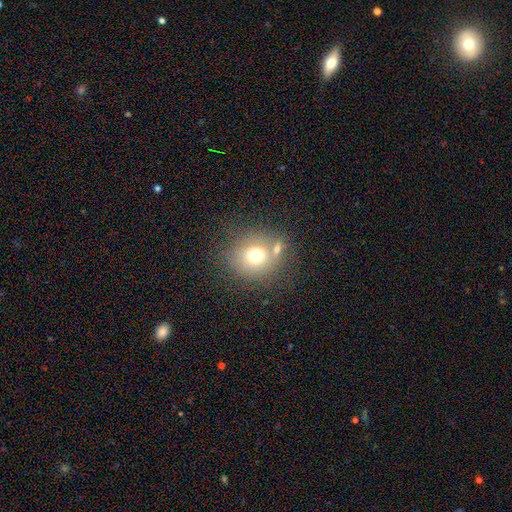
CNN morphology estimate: smooth_or_featured: smooth (p=0.70) [alt: featured or disk p=0.16]
how_rounded: round (p=0.85) [alt: in between p=0.14]
merging: none (p=0.61) [alt: merger p=0.21]